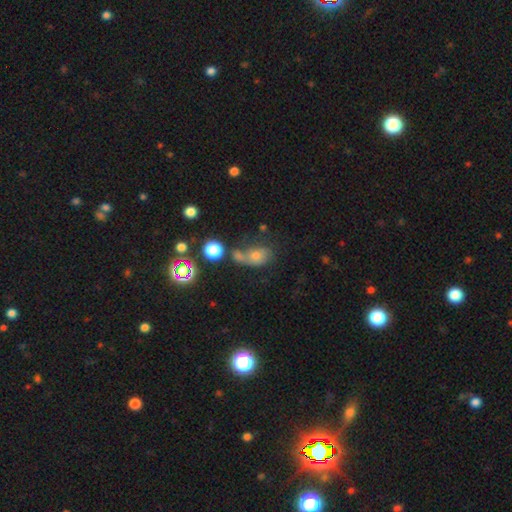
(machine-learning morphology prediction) A smooth galaxy with no disk features (58%) that is in between round and cigar-shaped (68%). Merging: none (35%).